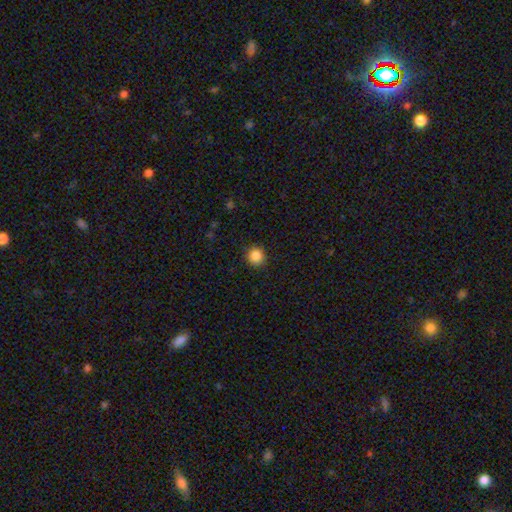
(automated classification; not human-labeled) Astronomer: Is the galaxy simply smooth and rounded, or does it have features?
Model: smooth — 87%.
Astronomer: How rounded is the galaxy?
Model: round — 90%.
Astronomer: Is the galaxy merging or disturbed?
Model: none — 90%.